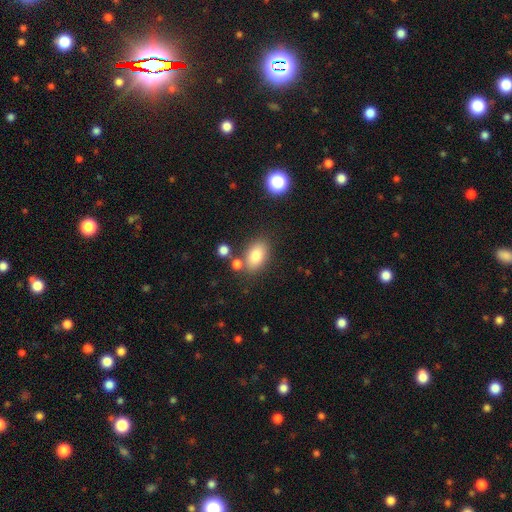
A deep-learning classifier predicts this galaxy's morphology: The model was most divided on "merging": none: 74%, minor disturbance: 12%, merger: 10%, major disturbance: 4%. More confident: how rounded — in between (87%); smooth or featured — smooth (81%).